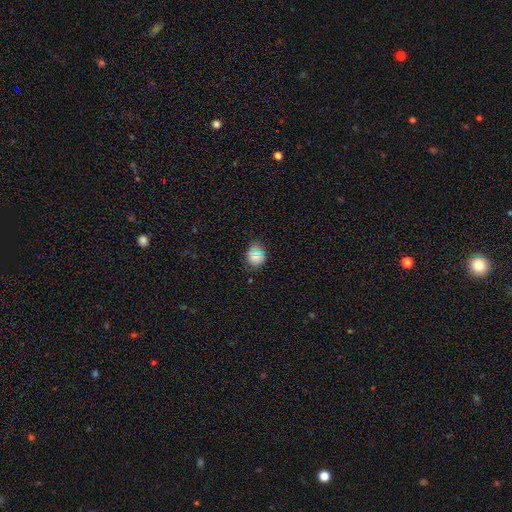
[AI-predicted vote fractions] smooth_or_featured: smooth (p=0.66) [alt: star or artifact p=0.26]
how_rounded: round (p=0.75) [alt: in between p=0.23]
merging: none (p=0.84) [alt: minor disturbance p=0.10]